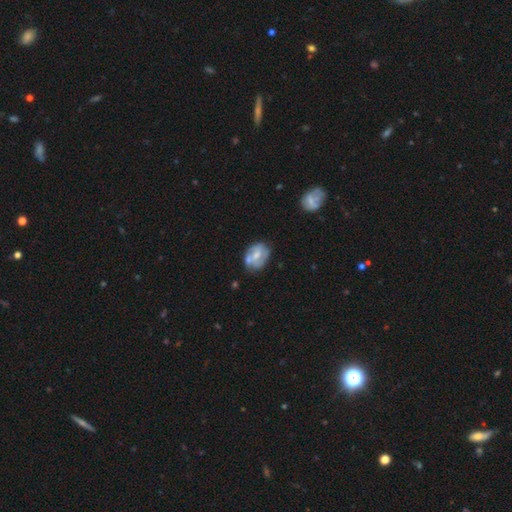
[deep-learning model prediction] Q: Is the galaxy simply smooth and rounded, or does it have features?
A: featured or disk — 53%.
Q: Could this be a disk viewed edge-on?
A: no — 97%.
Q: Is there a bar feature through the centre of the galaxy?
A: no — 54%.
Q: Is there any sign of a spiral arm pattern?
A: yes — 55%.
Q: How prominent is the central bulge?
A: moderate — 48%.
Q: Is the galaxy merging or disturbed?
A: none — 53%.